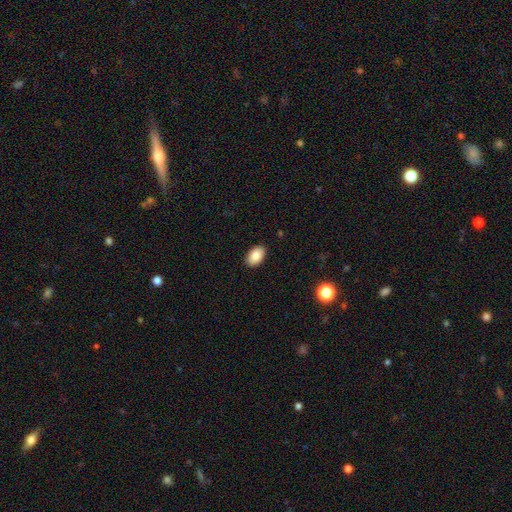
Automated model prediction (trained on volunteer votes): smooth_or_featured: smooth (p=0.86) [alt: star or artifact p=0.07]
how_rounded: in between (p=0.93) [alt: round p=0.06]
merging: none (p=0.89) [alt: minor disturbance p=0.08]